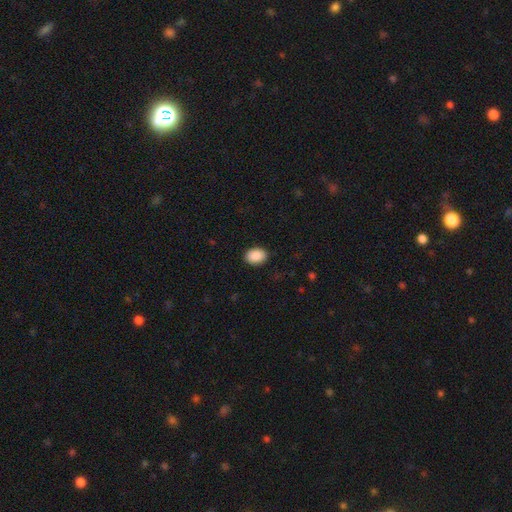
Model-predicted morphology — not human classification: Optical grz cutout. It shows a smooth galaxy with no disk features (90%) that is in between round and cigar-shaped (75%). Merging: none (90%).